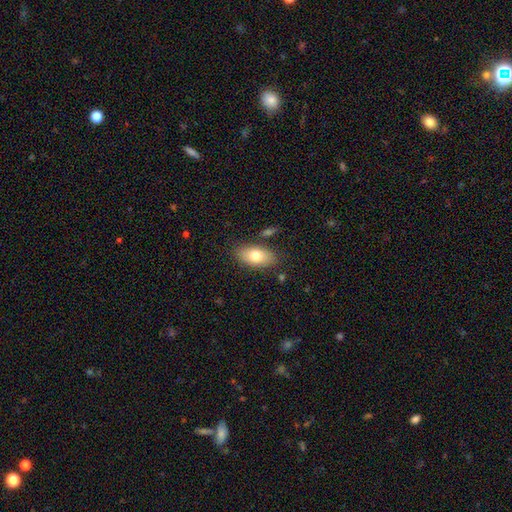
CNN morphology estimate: The model was most divided on "smooth or featured": smooth: 74%, featured or disk: 19%, star or artifact: 7%. More confident: how rounded — in between (91%); merging — none (82%).